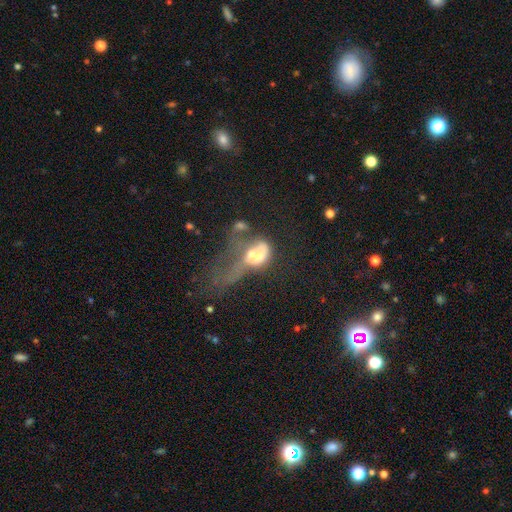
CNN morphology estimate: Overall: smooth (46%; featured or disk 42%). Merging: merger (55%; major disturbance 33%).